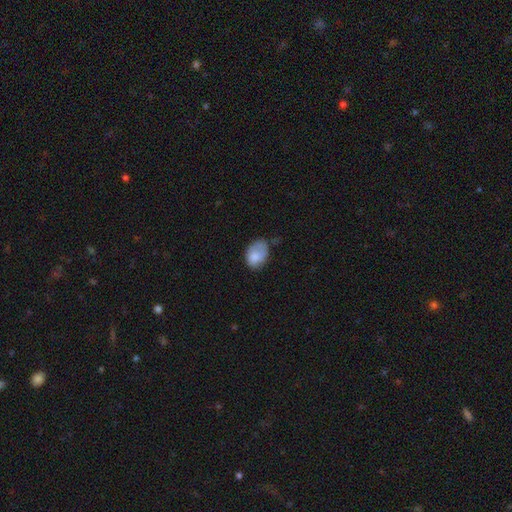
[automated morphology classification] smooth-or-featured: smooth: 77% | featured or disk: 15% | star or artifact: 8%
  how-rounded: in between: 79% | round: 20% | cigar-shaped: 1%
  merging: minor disturbance: 39% | none: 37% | major disturbance: 19% | merger: 4%